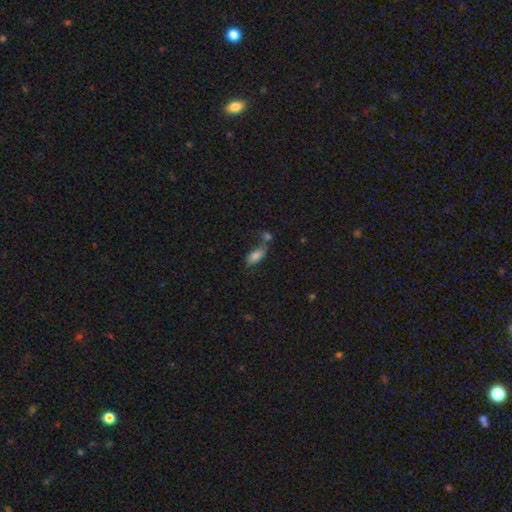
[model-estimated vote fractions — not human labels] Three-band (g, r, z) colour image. It shows a smooth galaxy with no disk features (80%) that is in between round and cigar-shaped (79%). Merging: none (50%).